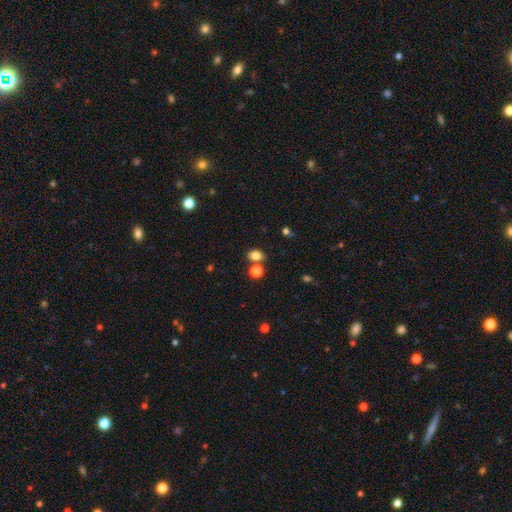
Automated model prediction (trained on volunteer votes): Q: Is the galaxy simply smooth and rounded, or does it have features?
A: smooth — 81%.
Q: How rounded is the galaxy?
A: in between — 71%.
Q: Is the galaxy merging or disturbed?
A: none — 69%.